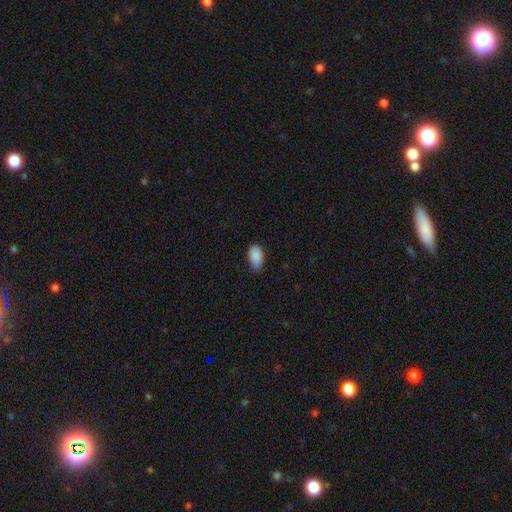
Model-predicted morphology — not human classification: Smooth or featured? Predicted: smooth (p=0.89). How rounded? Predicted: in between (p=0.94). Merging? Predicted: none (p=0.65).